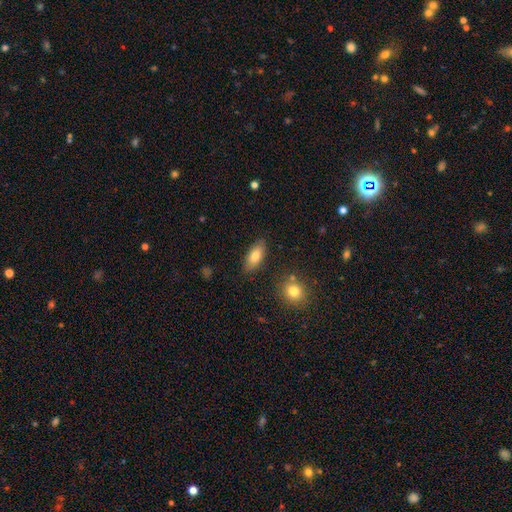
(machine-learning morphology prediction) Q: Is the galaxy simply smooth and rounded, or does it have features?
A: smooth — 78%.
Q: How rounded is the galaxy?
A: in between — 84%.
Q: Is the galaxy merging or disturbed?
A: none — 83%.